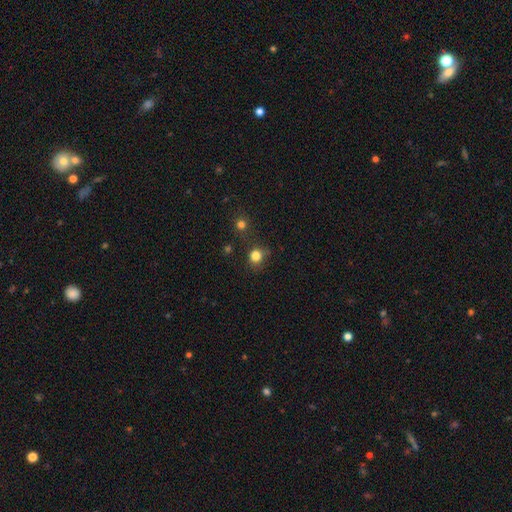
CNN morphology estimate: This appears to be a smooth galaxy with no disk features (81%) that is round (84%). Merging: none (70%).